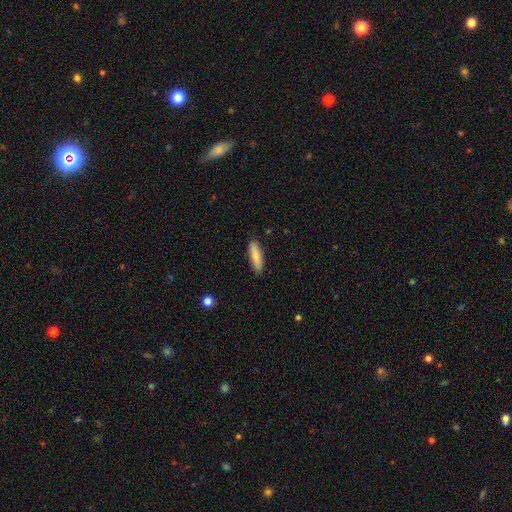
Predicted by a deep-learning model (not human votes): This is clearly a smooth galaxy (82%). How rounded: likely cigar-shaped (64%). Merging: clearly none (88%).